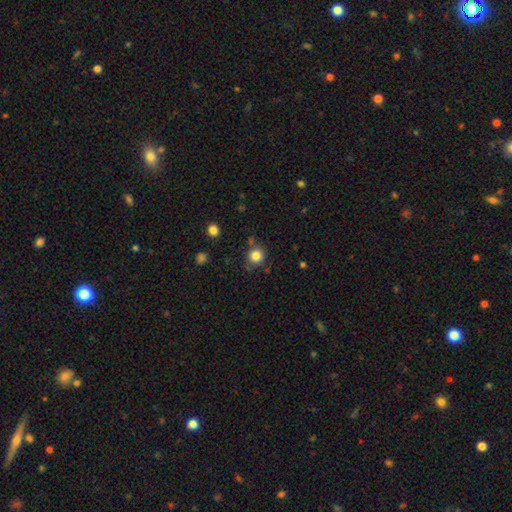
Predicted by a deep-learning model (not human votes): The model was most divided on "merging": none: 80%, minor disturbance: 11%, merger: 6%, major disturbance: 3%. More confident: how rounded — round (91%); smooth or featured — smooth (84%).